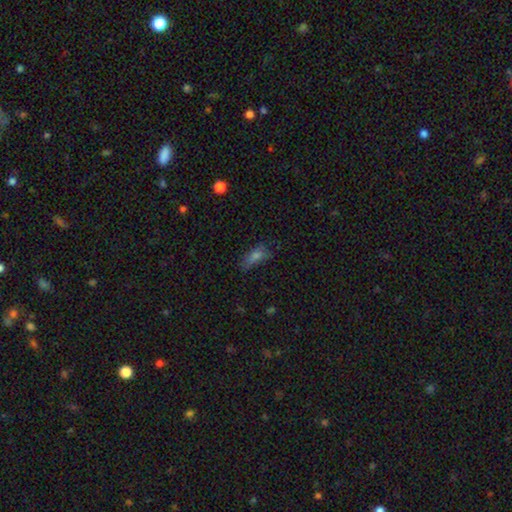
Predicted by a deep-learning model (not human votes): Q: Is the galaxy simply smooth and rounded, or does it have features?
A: smooth — 64%.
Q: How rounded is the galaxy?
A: in between — 68%.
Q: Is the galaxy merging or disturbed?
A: none — 52%.